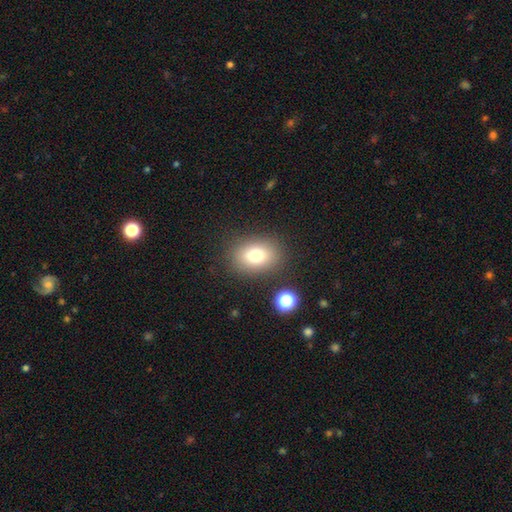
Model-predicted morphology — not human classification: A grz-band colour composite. It shows a smooth galaxy with no disk features (77%) that is in between round and cigar-shaped (65%). Merging: none (85%).